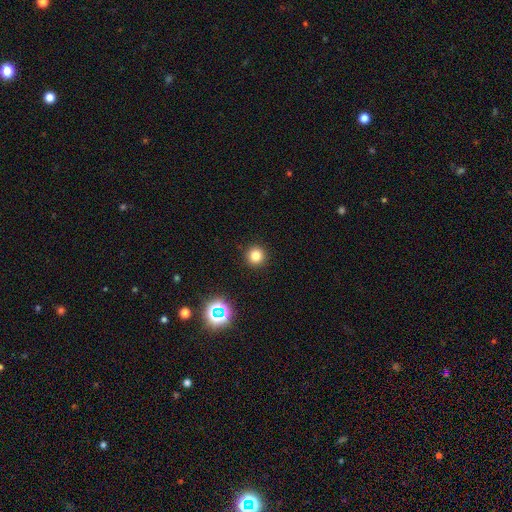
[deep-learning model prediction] Overall: smooth (79%). How rounded: round (95%). Merging: none (93%).